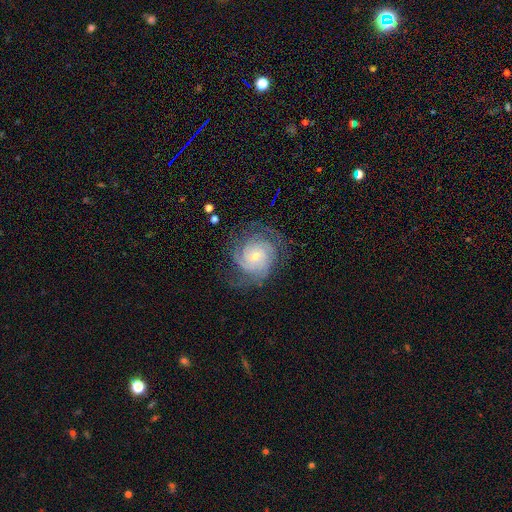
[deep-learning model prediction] The model was most divided on "spiral arm count": 3: 29%, can't tell: 21%, 2: 20%, 4: 18%, more than 4: 7%, 1: 6%. More confident: edge-on disk — no (98%); spiral arms — yes (97%); smooth or featured — featured or disk (87%); merging — none (74%); bar — no (73%); spiral winding — tight (69%); bulge size — small (69%).